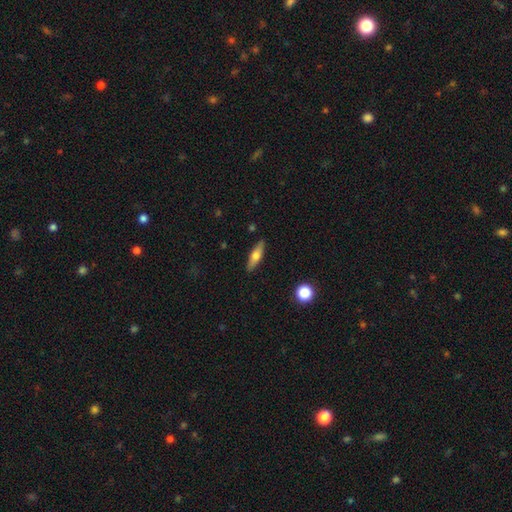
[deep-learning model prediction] Q: Smooth or featured?
A: smooth (54%); runner-up: featured or disk (40%)
Q: How rounded?
A: cigar-shaped (60%); runner-up: in between (37%)
Q: Merging?
A: none (89%); runner-up: minor disturbance (8%)